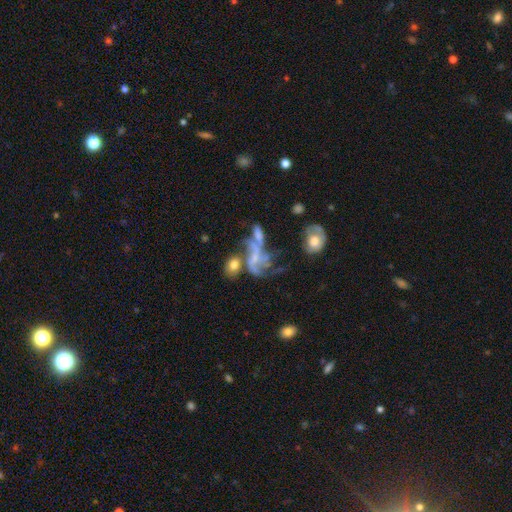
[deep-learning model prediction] A featured or disk galaxy (65%) with no bar (66%), spiral arms (62%) and a small central bulge (45%).

Vote fractions:
- Smooth or featured? featured or disk: 65% / smooth: 19% / star or artifact: 16%
- Edge-on disk? no: 94% / yes: 6%
- Bar? no: 66% / weak: 23% / strong: 11%
- Spiral arms? yes: 62% / no: 38%
- Bulge size? small: 45% / none: 31% / moderate: 20% / large: 3% / dominant: 2%
- Merging? merger: 36% / major disturbance: 29% / none: 22% / minor disturbance: 13%